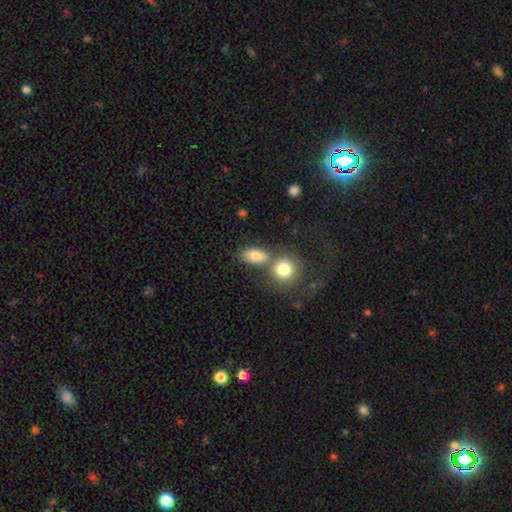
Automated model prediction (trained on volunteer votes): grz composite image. It shows a smooth galaxy with no disk features (82%) that is in between round and cigar-shaped (76%). Merging: none (52%).